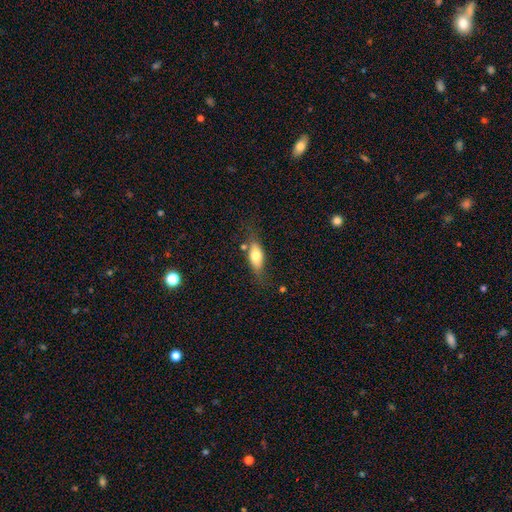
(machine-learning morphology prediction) A smooth galaxy with no disk features (72%) that is in between round and cigar-shaped (80%).

Vote fractions:
- Smooth or featured? smooth: 72% / featured or disk: 21% / star or artifact: 7%
- How rounded? in between: 80% / cigar-shaped: 17% / round: 4%
- Merging? none: 66% / minor disturbance: 21% / major disturbance: 7% / merger: 5%